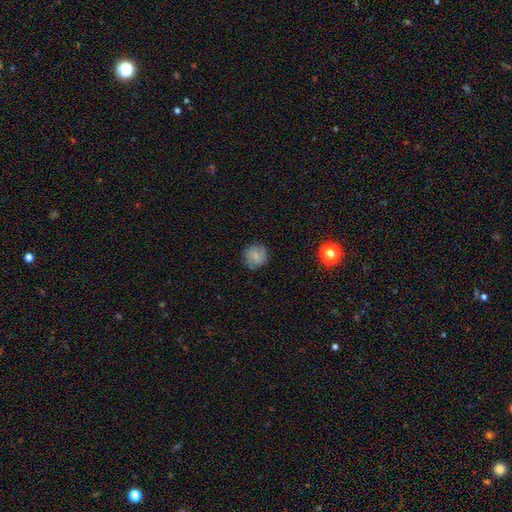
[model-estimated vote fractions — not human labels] smooth-or-featured: smooth: 71% | featured or disk: 19% | star or artifact: 9%
  how-rounded: round: 90% | in between: 9% | cigar-shaped: 1%
  merging: none: 80% | minor disturbance: 15% | major disturbance: 4% | merger: 1%